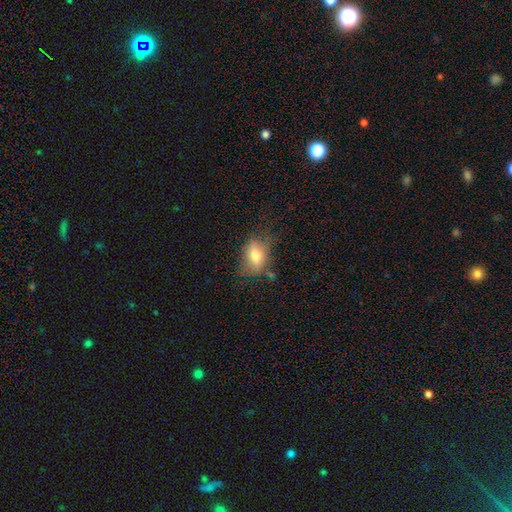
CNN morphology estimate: Overall: smooth (64%; featured or disk 26%). How rounded: in between (78%). Merging: none (61%; minor disturbance 25%).